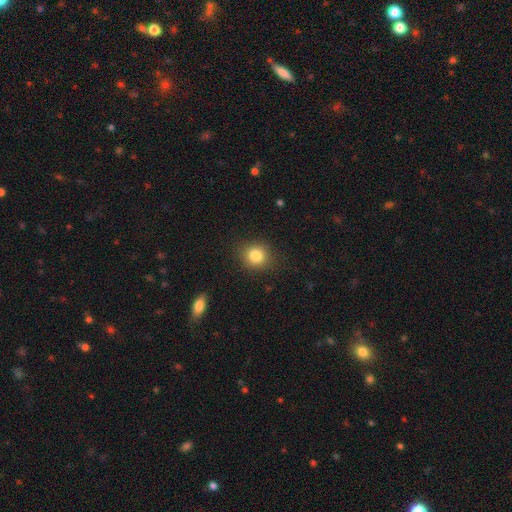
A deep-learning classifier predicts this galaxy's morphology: type=smooth (83%); roundness=round (79%); merging=none (85%).